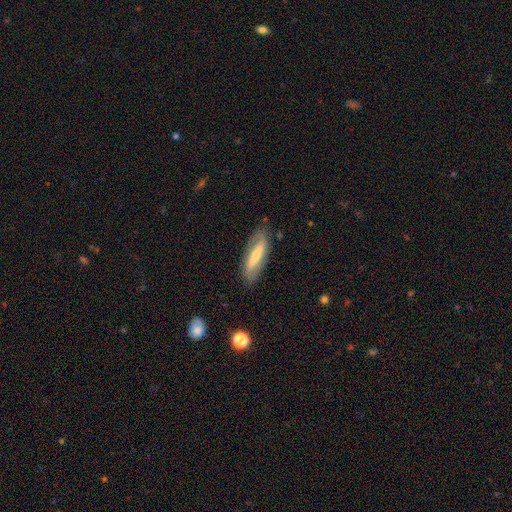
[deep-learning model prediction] A featured or disk galaxy (52%). Merging: none (80%).